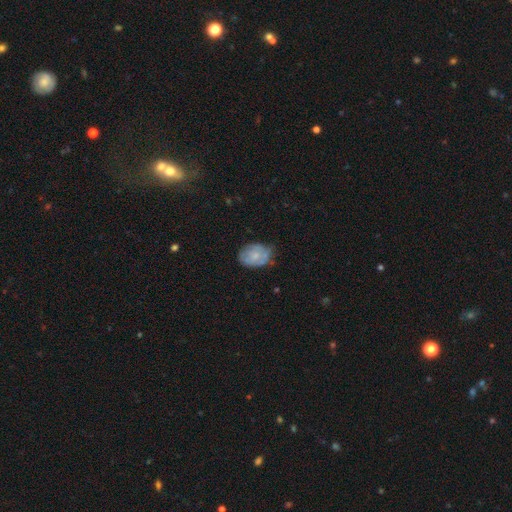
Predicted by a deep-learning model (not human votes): The model was most divided on "smooth or featured": smooth: 52%, featured or disk: 41%, star or artifact: 7%. More confident: how rounded — in between (76%); merging — none (60%).